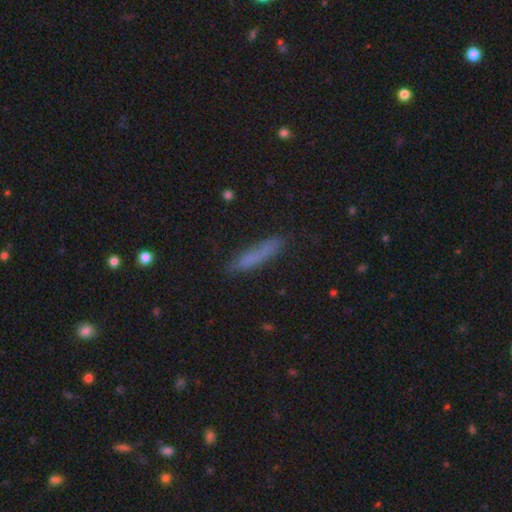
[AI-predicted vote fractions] A smooth galaxy with no disk features (73%) that is cigar-shaped (89%).

Vote fractions:
- Smooth or featured? smooth: 73% / featured or disk: 17% / star or artifact: 9%
- How rounded? cigar-shaped: 89% / in between: 9% / round: 2%
- Merging? none: 78% / minor disturbance: 16% / major disturbance: 4% / merger: 2%